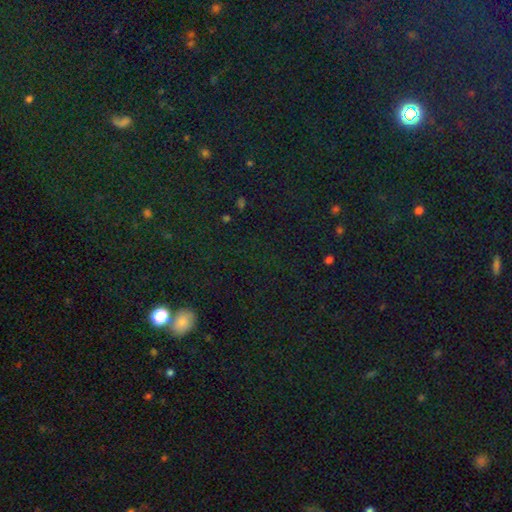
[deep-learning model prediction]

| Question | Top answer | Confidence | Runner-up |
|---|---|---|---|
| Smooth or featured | star or artifact | 70% | smooth (22%) |